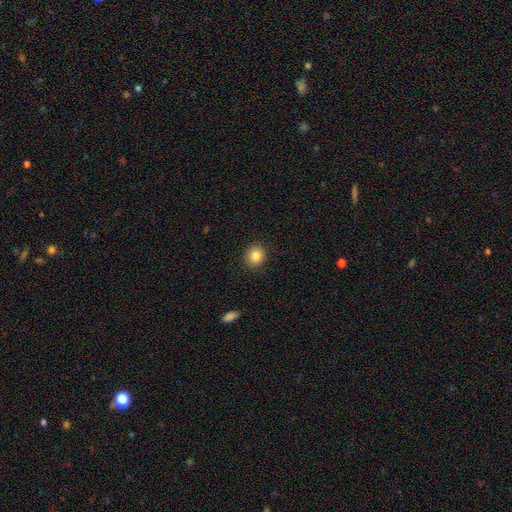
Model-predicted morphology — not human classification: A smooth galaxy with no disk features (85%) that is round (78%).

Vote fractions:
- Smooth or featured? smooth: 85% / star or artifact: 10% / featured or disk: 6%
- How rounded? round: 78% / in between: 21% / cigar-shaped: 1%
- Merging? none: 90% / minor disturbance: 7% / major disturbance: 2% / merger: 1%